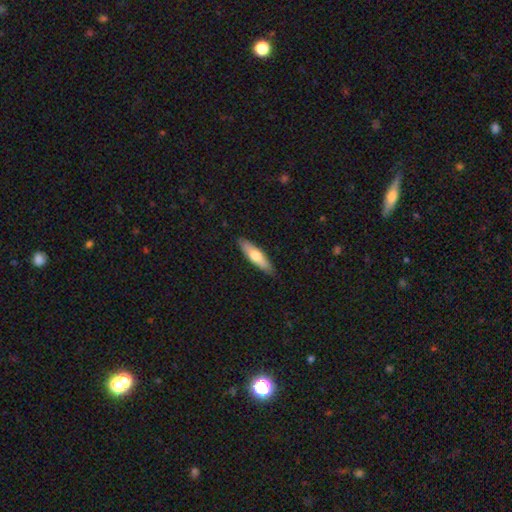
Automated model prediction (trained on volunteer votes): A smooth galaxy with no disk features (61%) that is cigar-shaped (66%). Merging: none (88%).